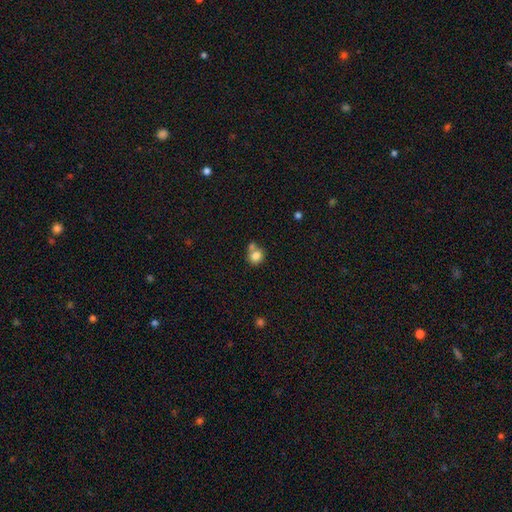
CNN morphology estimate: Smooth or featured?
  - smooth: 81% *
  - star or artifact: 10%
  - featured or disk: 9%
How rounded?
  - round: 76% *
  - in between: 23%
  - cigar-shaped: 1%
Merging?
  - none: 49% *
  - merger: 35%
  - minor disturbance: 12%
  - major disturbance: 4%